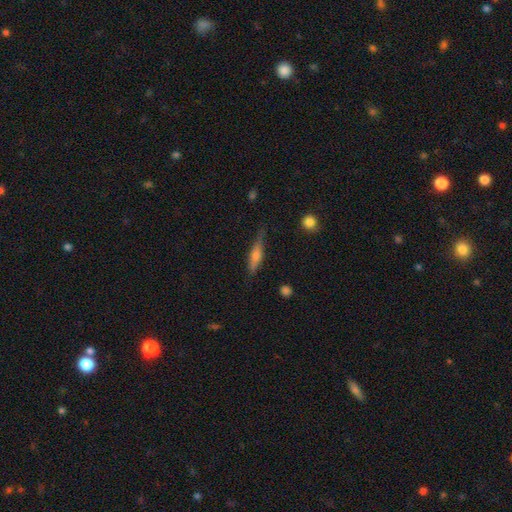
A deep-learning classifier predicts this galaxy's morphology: A smooth galaxy with no disk features (54%) that is cigar-shaped (70%). Merging: none (68%).